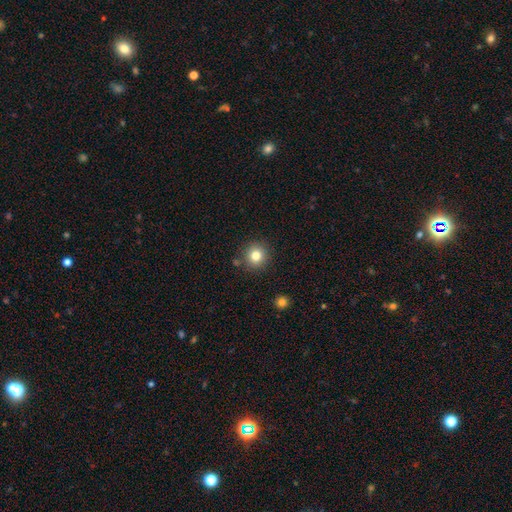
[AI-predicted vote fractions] smooth_or_featured: smooth (p=0.81) [alt: star or artifact p=0.12]
how_rounded: round (p=0.93) [alt: in between p=0.06]
merging: none (p=0.86) [alt: minor disturbance p=0.07]